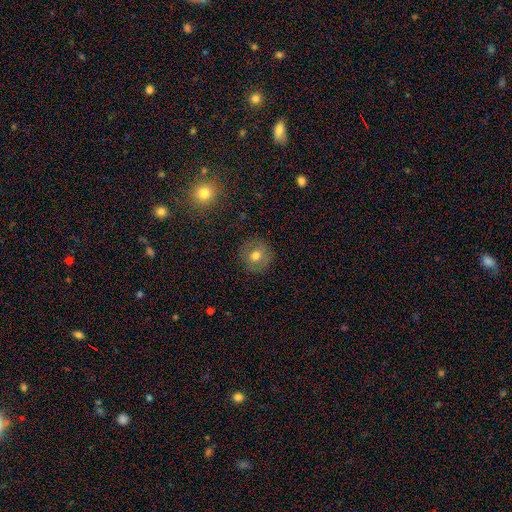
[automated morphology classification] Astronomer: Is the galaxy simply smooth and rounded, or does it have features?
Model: smooth — 64%.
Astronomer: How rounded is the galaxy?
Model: round — 91%.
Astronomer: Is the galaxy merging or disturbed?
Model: none — 88%.